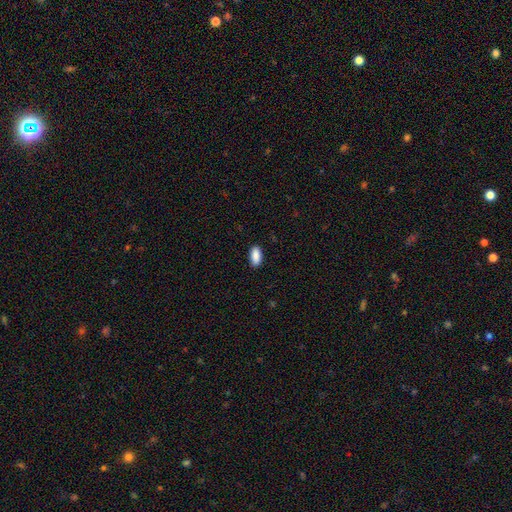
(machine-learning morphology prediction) This is clearly a smooth galaxy (90%). How rounded: clearly in between (89%). Merging: clearly none (89%).